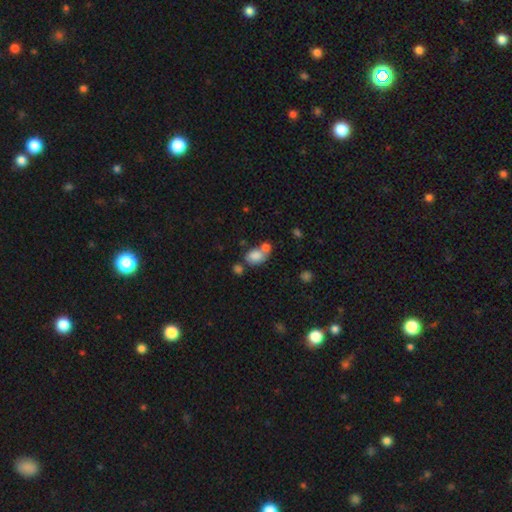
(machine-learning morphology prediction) Smooth or featured: smooth — 81% (star or artifact — 10%)
How rounded: in between — 73% (round — 26%)
Merging: merger — 41% (none — 40%)